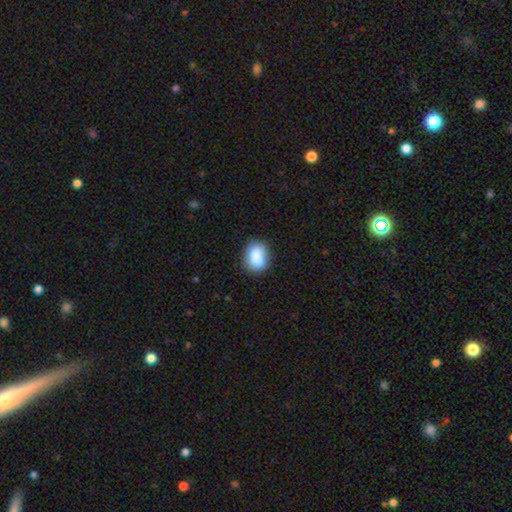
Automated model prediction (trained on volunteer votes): Smooth or featured? smooth (84%)
How rounded? in between (66%)
Merging? none (73%)